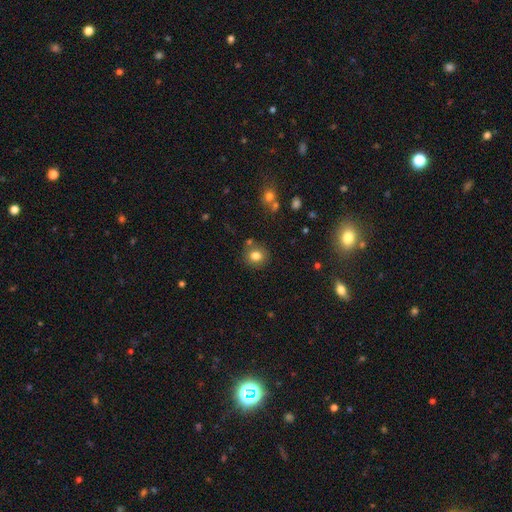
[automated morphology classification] Smooth or featured: smooth — 80% (star or artifact — 11%)
How rounded: round — 85% (in between — 14%)
Merging: none — 80% (minor disturbance — 10%)